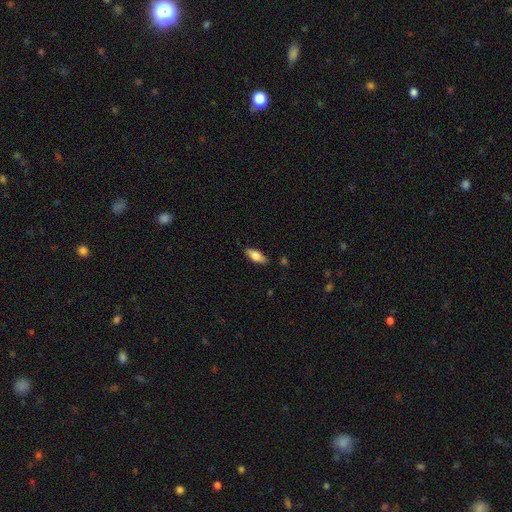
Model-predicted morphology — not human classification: type=smooth (77%); roundness=in between (80%); merging=none (86%).